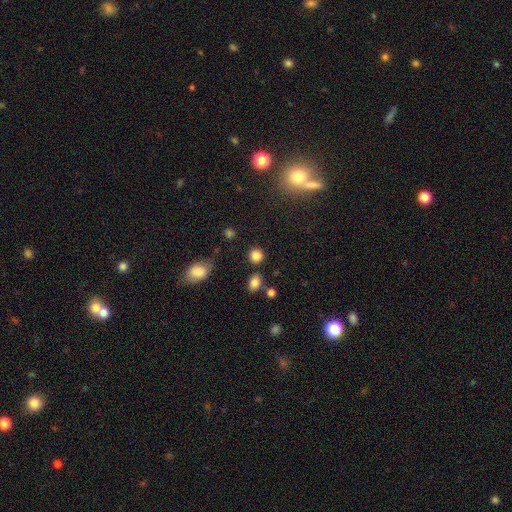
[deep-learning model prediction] Smooth or featured: smooth — 84% (star or artifact — 12%)
How rounded: round — 82% (in between — 16%)
Merging: none — 81% (minor disturbance — 10%)